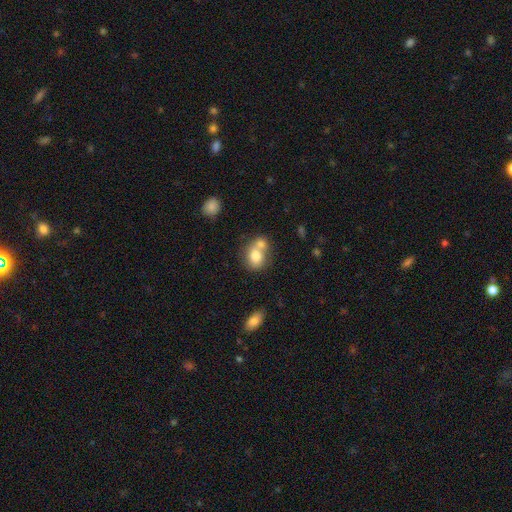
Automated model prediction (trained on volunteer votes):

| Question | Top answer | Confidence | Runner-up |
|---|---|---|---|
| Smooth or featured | smooth | 76% | featured or disk (15%) |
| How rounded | in between | 51% | round (48%) |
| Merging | merger | 54% | none (32%) |